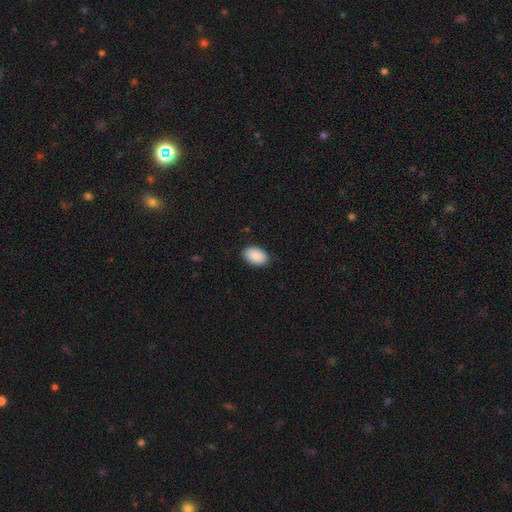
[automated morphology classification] This appears to be a smooth galaxy with no disk features (91%) that is in between round and cigar-shaped (92%). Merging: none (88%).